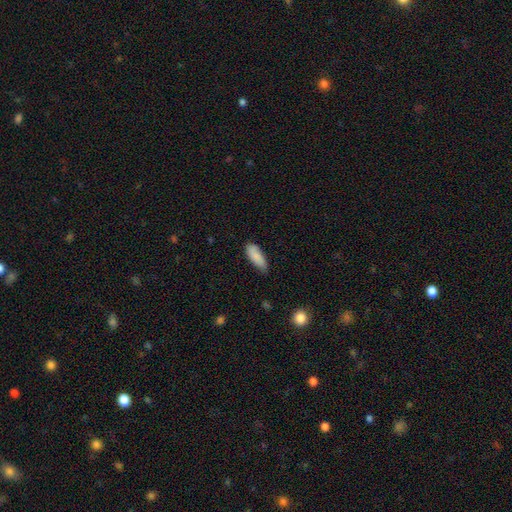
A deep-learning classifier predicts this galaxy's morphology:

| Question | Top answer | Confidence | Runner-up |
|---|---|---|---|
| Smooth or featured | smooth | 86% | featured or disk (8%) |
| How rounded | in between | 71% | cigar-shaped (27%) |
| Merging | none | 70% | minor disturbance (25%) |